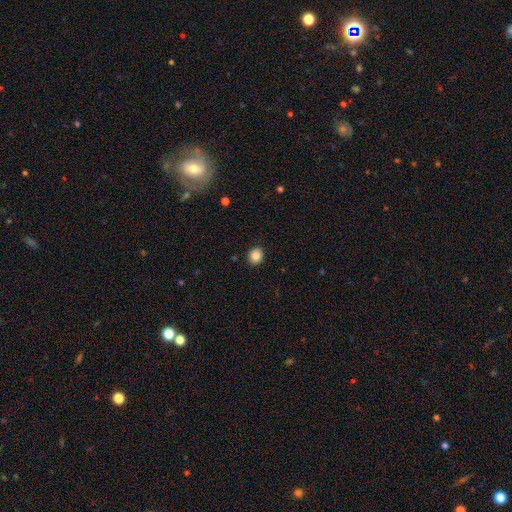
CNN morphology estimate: A smooth galaxy with no disk features (85%) that is round (76%).

Vote fractions:
- Smooth or featured? smooth: 85% / star or artifact: 10% / featured or disk: 5%
- How rounded? round: 76% / in between: 23% / cigar-shaped: 1%
- Merging? none: 91% / minor disturbance: 7% / major disturbance: 2% / merger: 1%